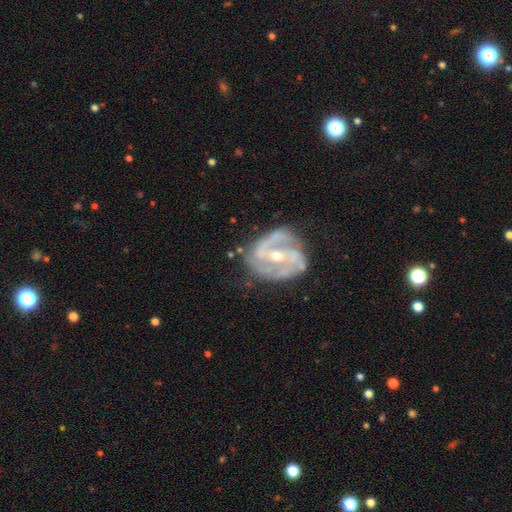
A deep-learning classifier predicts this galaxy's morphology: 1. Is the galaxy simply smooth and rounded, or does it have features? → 88% featured or disk, 7% smooth, 6% star or artifact.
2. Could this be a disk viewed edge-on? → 97% no, 3% yes.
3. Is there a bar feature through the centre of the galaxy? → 38% weak, 31% strong, 31% no.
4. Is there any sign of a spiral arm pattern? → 94% yes, 6% no.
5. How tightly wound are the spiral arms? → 47% medium, 37% tight, 16% loose.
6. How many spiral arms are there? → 61% 2, 18% 3, 11% can't tell, 4% 4, 3% 1, 3% more than 4.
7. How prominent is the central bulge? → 55% small, 42% moderate, 1% large, 1% none, 1% dominant.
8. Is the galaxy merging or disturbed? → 67% none, 21% minor disturbance, 9% major disturbance, 3% merger.